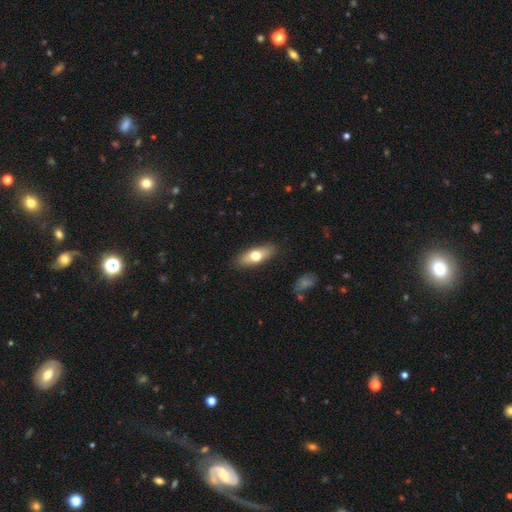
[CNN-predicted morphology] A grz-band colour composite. It shows a smooth galaxy with no disk features (63%) that is in between round and cigar-shaped (69%). Merging: none (87%).